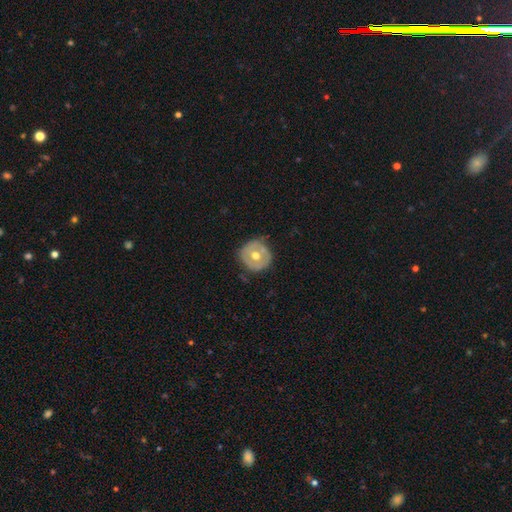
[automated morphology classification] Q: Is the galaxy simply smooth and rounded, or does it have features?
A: featured or disk — 52%.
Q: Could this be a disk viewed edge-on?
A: no — 95%.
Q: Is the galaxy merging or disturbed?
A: none — 75%.